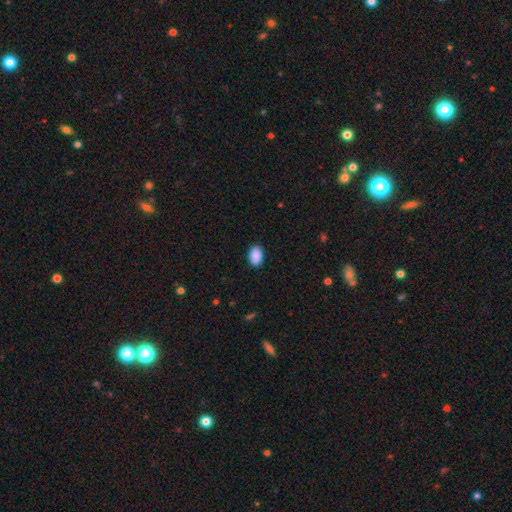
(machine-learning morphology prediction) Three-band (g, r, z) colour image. It shows a smooth galaxy with no disk features (91%) that is in between round and cigar-shaped (87%). Merging: none (89%).